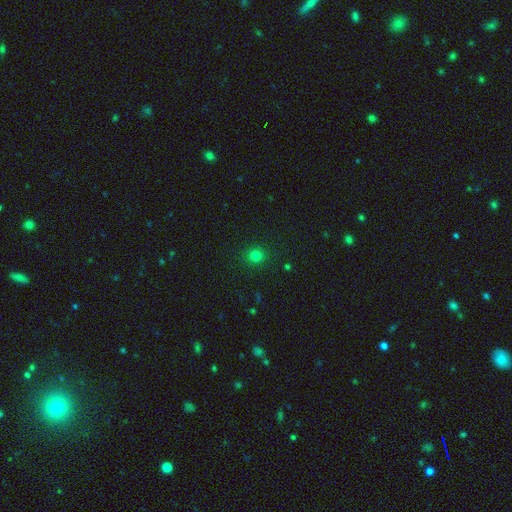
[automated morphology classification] type=smooth (78%); roundness=round (89%); merging=none (91%).